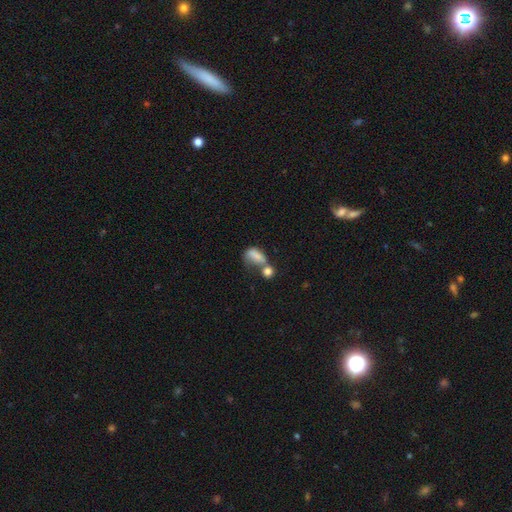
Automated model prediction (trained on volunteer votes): The model was most divided on "merging": merger: 52%, none: 21%, major disturbance: 15%, minor disturbance: 13%. More confident: how rounded — in between (80%); smooth or featured — smooth (74%).